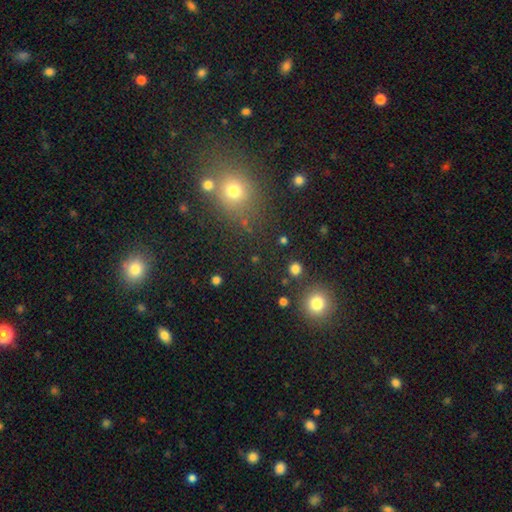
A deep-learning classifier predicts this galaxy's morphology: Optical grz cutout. It shows a smooth galaxy with no disk features (53%) that is round (68%). Merging: none (78%).